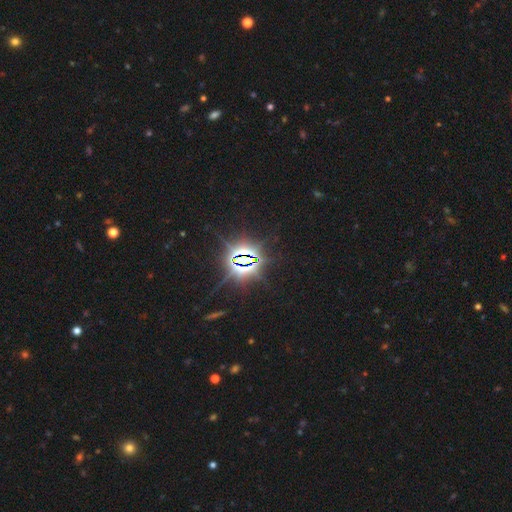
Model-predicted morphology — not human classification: Smooth or featured? Predicted: star or artifact (p=0.87).